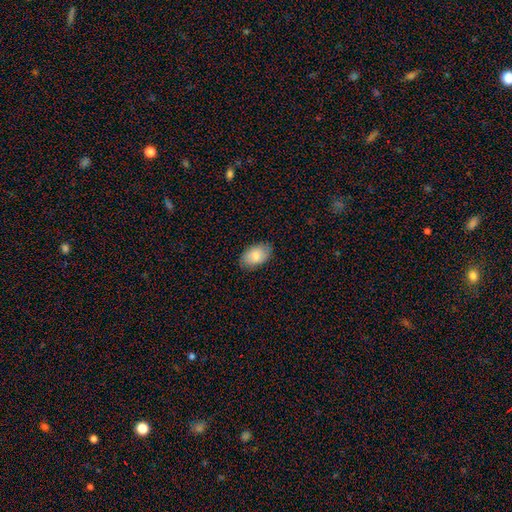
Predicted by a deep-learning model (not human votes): Smooth or featured?
  - smooth: 84% *
  - featured or disk: 10%
  - star or artifact: 6%
How rounded?
  - in between: 93% *
  - round: 6%
  - cigar-shaped: 1%
Merging?
  - none: 85% *
  - minor disturbance: 12%
  - major disturbance: 2%
  - merger: 1%